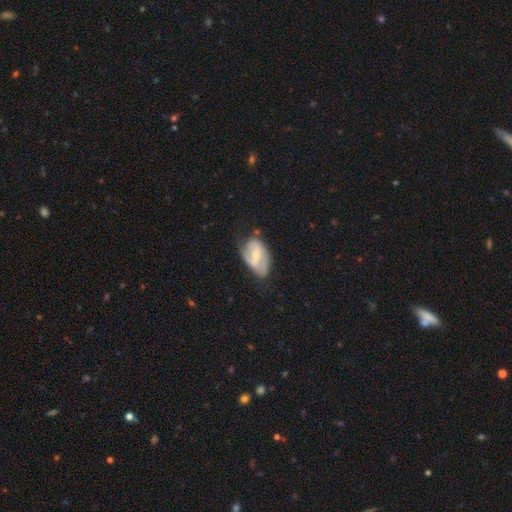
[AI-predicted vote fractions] Smooth or featured?
  - featured or disk: 61% *
  - smooth: 33%
  - star or artifact: 6%
Edge-on disk?
  - no: 94% *
  - yes: 6%
Bar?
  - weak: 45% *
  - strong: 32%
  - no: 23%
Spiral arms?
  - yes: 67% *
  - no: 33%
Bulge size?
  - small: 49% *
  - moderate: 45%
  - none: 3%
  - large: 2%
  - dominant: 1%
Merging?
  - none: 46% *
  - minor disturbance: 35%
  - major disturbance: 15%
  - merger: 3%